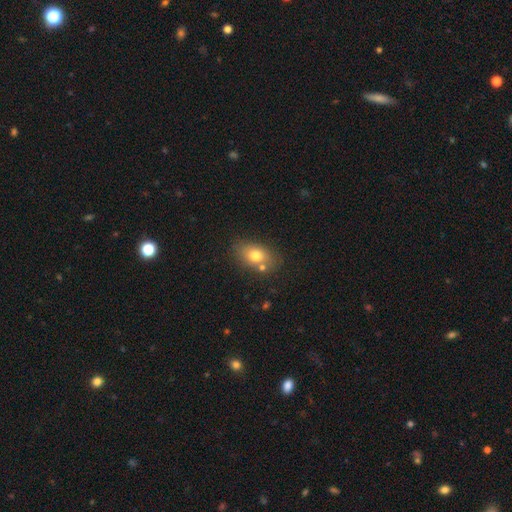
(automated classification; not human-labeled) A smooth galaxy with no disk features (75%) that is in between round and cigar-shaped (79%).

Vote fractions:
- Smooth or featured? smooth: 75% / featured or disk: 16% / star or artifact: 10%
- How rounded? in between: 79% / round: 19% / cigar-shaped: 2%
- Merging? none: 70% / minor disturbance: 14% / merger: 12% / major disturbance: 4%